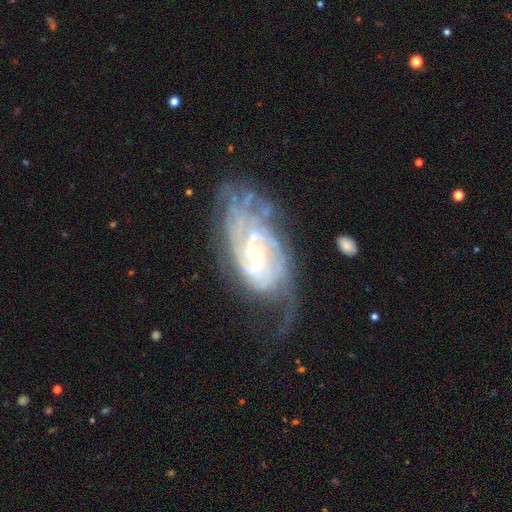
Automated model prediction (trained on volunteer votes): Smooth or featured?
  - featured or disk: 86% *
  - smooth: 8%
  - star or artifact: 6%
Edge-on disk?
  - no: 95% *
  - yes: 5%
Bar?
  - weak: 44% *
  - no: 43%
  - strong: 13%
Spiral arms?
  - yes: 93% *
  - no: 7%
Spiral winding?
  - tight: 58% *
  - medium: 31%
  - loose: 11%
Spiral arm count?
  - can't tell: 43% *
  - 2: 20%
  - 3: 13%
  - 4: 11%
  - more than 4: 7%
  - 1: 6%
Bulge size?
  - small: 66% *
  - moderate: 27%
  - none: 4%
  - large: 2%
  - dominant: 1%
Merging?
  - none: 48% *
  - minor disturbance: 25%
  - major disturbance: 23%
  - merger: 4%